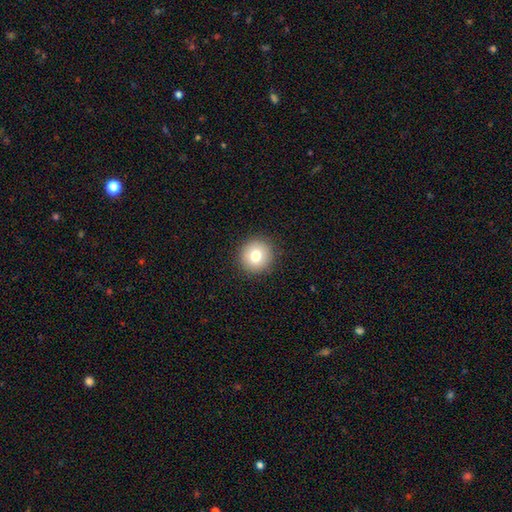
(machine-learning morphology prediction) Smooth or featured? smooth (78%)
How rounded? round (93%)
Merging? none (91%)